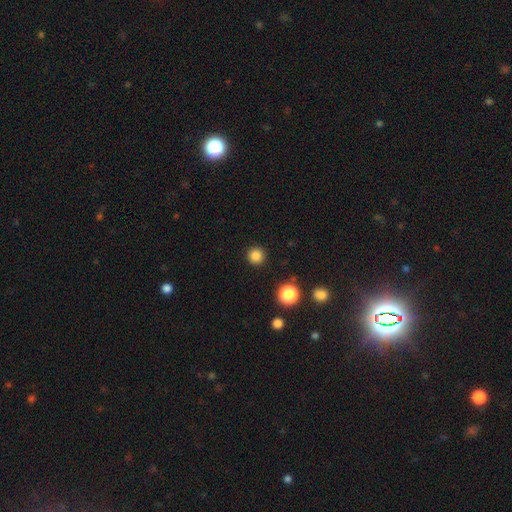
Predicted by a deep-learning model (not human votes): Smooth or featured? Predicted: smooth (p=0.84). How rounded? Predicted: round (p=0.95). Merging? Predicted: none (p=0.91).